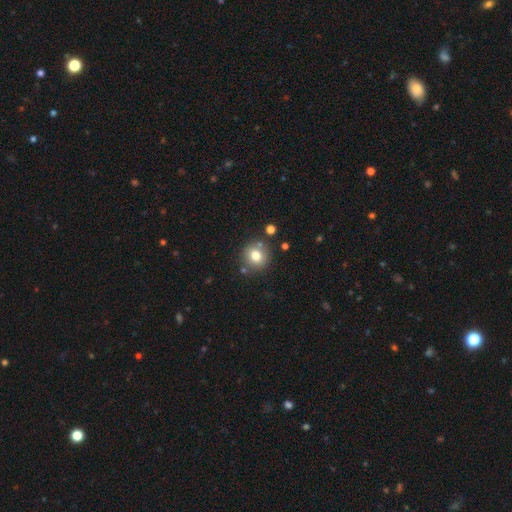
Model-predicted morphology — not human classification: This is likely a smooth galaxy (77%). How rounded: clearly round (91%). Merging: clearly none (81%).